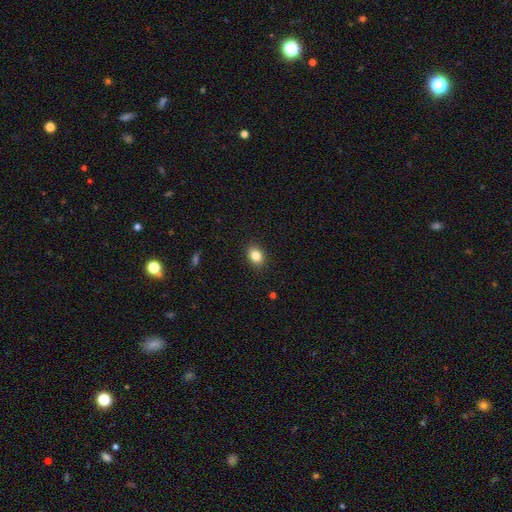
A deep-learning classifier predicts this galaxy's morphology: Smooth or featured?
  - smooth: 84% *
  - star or artifact: 10%
  - featured or disk: 6%
How rounded?
  - in between: 61% *
  - round: 38%
  - cigar-shaped: 1%
Merging?
  - none: 90% *
  - minor disturbance: 8%
  - major disturbance: 2%
  - merger: 1%